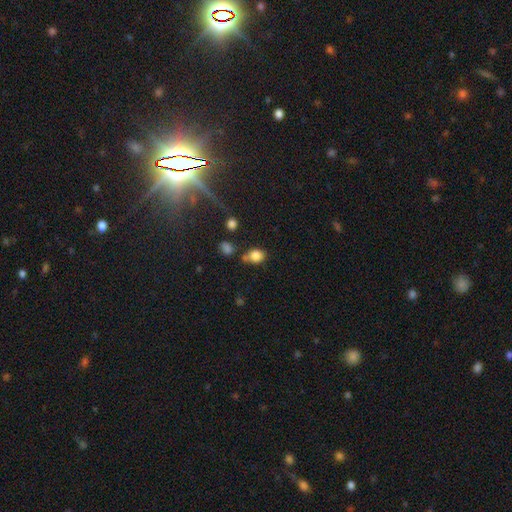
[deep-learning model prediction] This appears to be a smooth galaxy with no disk features (83%) that is in between round and cigar-shaped (53%). Merging: none (58%).